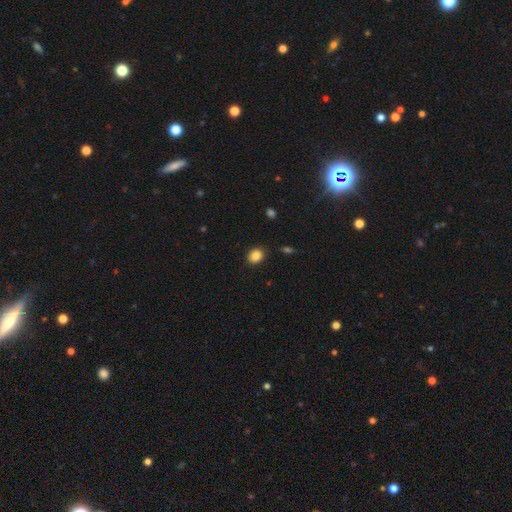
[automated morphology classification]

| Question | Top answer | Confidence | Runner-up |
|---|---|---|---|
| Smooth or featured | smooth | 86% | star or artifact (9%) |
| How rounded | round | 58% | in between (41%) |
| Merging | none | 86% | minor disturbance (10%) |